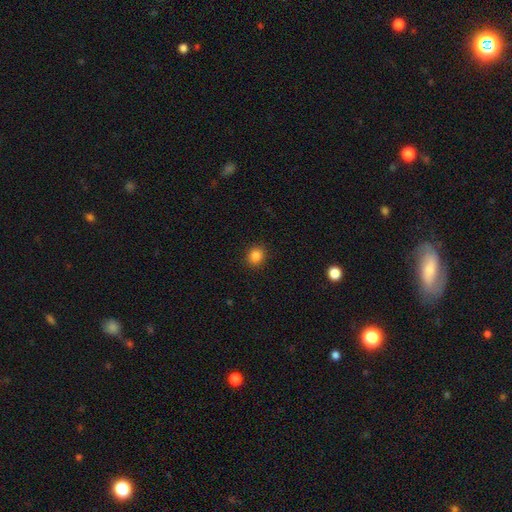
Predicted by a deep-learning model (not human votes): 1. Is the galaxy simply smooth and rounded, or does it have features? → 84% smooth, 12% star or artifact, 4% featured or disk.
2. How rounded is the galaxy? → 81% round, 18% in between, 1% cigar-shaped.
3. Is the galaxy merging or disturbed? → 91% none, 6% minor disturbance, 2% major disturbance, 1% merger.